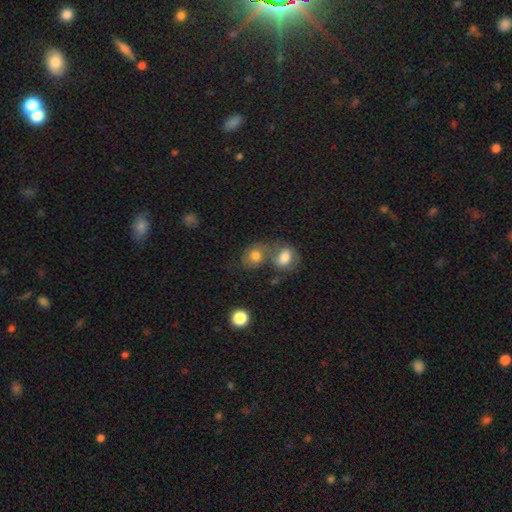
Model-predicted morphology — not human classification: The model was most divided on "how rounded": in between: 50%, round: 48%, cigar-shaped: 1%. Remaining: smooth or featured — smooth (72%); merging — merger (49%).